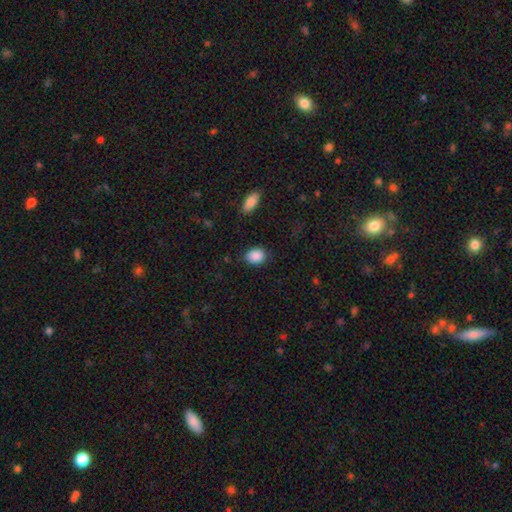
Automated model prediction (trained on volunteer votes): Smooth or featured?
  - smooth: 89% *
  - star or artifact: 7%
  - featured or disk: 3%
How rounded?
  - in between: 58% *
  - round: 41%
  - cigar-shaped: 1%
Merging?
  - none: 84% *
  - minor disturbance: 11%
  - major disturbance: 3%
  - merger: 2%